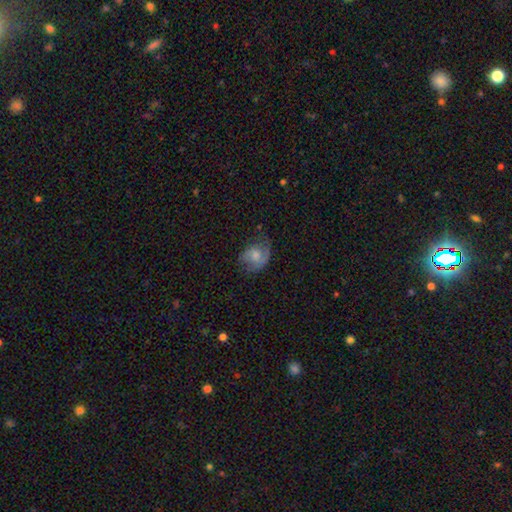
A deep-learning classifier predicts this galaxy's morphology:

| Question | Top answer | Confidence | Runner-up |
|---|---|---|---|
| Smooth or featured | smooth | 53% | featured or disk (38%) |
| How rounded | in between | 58% | round (41%) |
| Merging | none | 44% | minor disturbance (33%) |